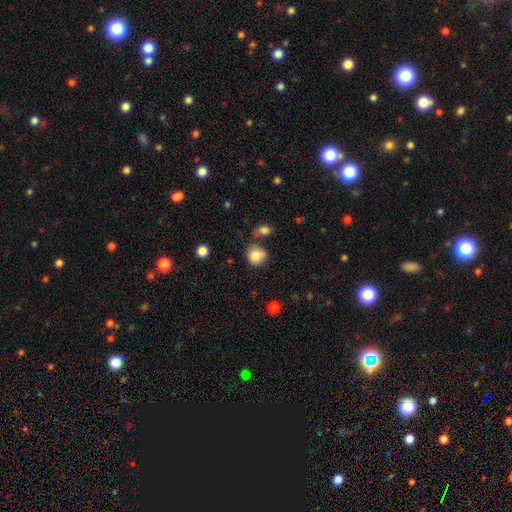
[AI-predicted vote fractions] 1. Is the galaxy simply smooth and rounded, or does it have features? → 82% smooth, 10% star or artifact, 8% featured or disk.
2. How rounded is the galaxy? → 85% round, 14% in between, 1% cigar-shaped.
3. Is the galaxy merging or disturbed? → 65% none, 17% minor disturbance, 12% merger, 5% major disturbance.